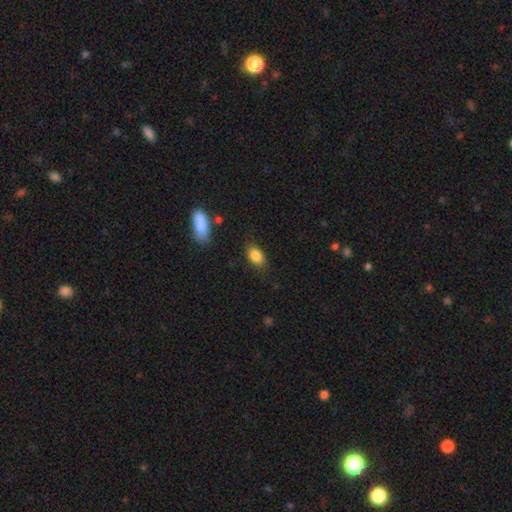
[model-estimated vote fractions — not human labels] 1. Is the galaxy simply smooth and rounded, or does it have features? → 85% smooth, 8% star or artifact, 7% featured or disk.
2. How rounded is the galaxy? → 85% in between, 11% round, 3% cigar-shaped.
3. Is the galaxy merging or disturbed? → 80% none, 15% minor disturbance, 4% major disturbance, 2% merger.